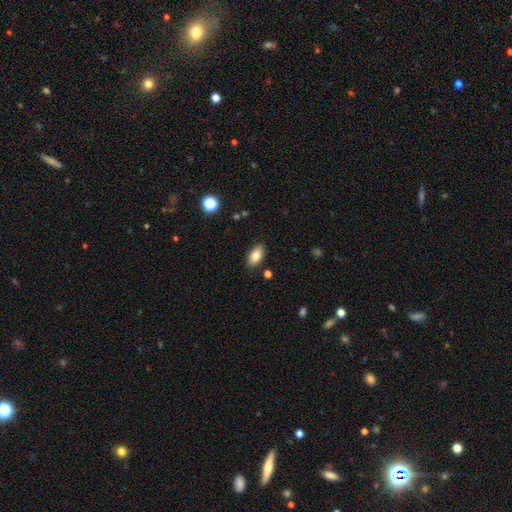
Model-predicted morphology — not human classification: Overall: smooth (80%). How rounded: in between (91%). Merging: none (87%).